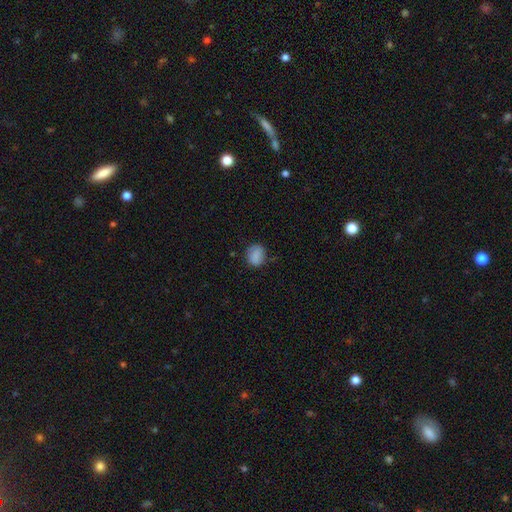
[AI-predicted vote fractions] Smooth or featured: smooth — 83% (star or artifact — 9%)
How rounded: round — 58% (in between — 41%)
Merging: none — 72% (minor disturbance — 21%)